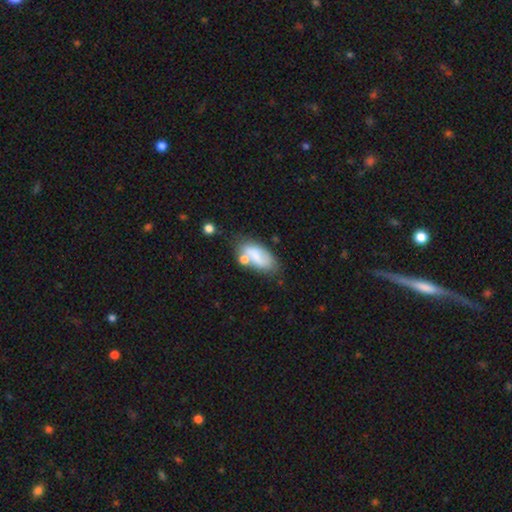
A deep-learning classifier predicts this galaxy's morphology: Smooth or featured? Predicted: smooth (p=0.66). How rounded? Predicted: in between (p=0.90). Merging? Predicted: none (p=0.47).